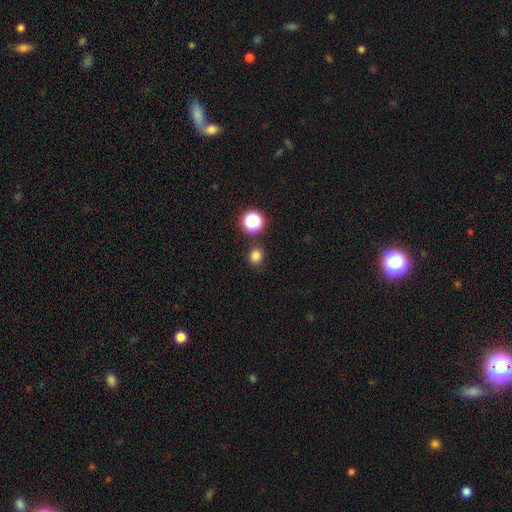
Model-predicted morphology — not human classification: type=smooth (80%); roundness=round (74%); merging=none (84%).